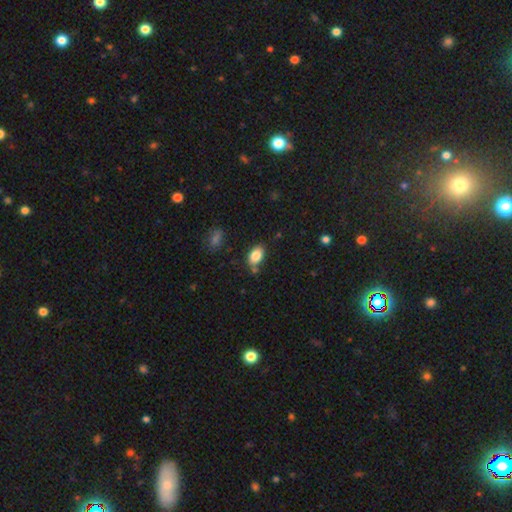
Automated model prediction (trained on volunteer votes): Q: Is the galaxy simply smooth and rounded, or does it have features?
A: smooth — 85%.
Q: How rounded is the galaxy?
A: in between — 89%.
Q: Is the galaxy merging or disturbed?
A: none — 74%.